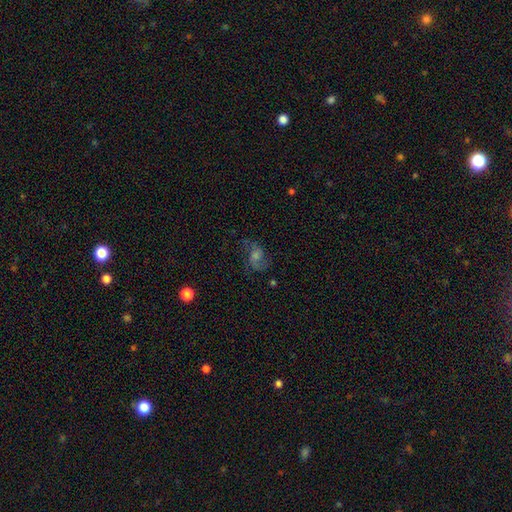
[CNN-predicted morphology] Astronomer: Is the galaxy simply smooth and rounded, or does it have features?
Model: featured or disk — 61%.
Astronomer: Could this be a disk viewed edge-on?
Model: no — 96%.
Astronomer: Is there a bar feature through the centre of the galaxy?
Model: no — 57% (runner-up: weak, 36%).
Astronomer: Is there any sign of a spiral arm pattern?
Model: yes — 90%.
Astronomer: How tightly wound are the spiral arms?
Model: loose — 47% (runner-up: medium, 42%).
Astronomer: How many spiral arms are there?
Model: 2 — 82%.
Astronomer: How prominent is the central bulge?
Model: moderate — 44% (runner-up: small, 35%).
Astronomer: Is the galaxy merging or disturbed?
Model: none — 67%.